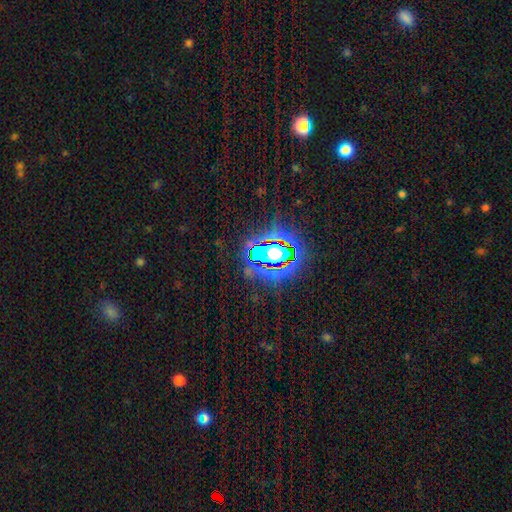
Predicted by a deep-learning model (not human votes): Morphology: type=star or artifact (81%).